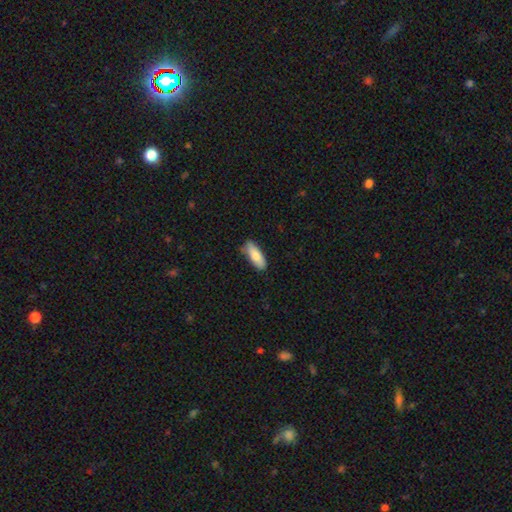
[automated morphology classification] Overall: smooth (79%). How rounded: in between (67%; cigar-shaped 31%). Merging: none (78%).